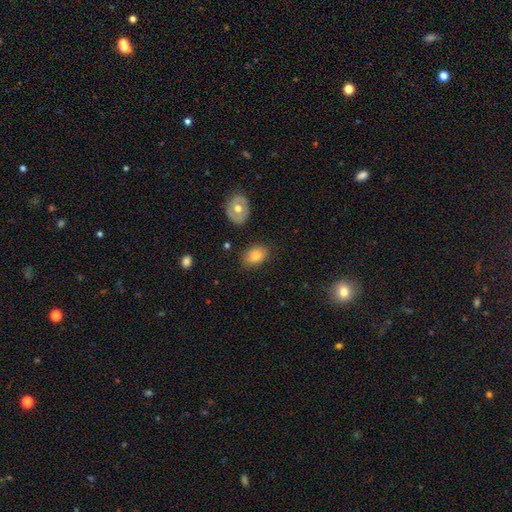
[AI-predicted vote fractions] Smooth or featured? Predicted: smooth (p=0.76). How rounded? Predicted: in between (p=0.84). Merging? Predicted: none (p=0.77).